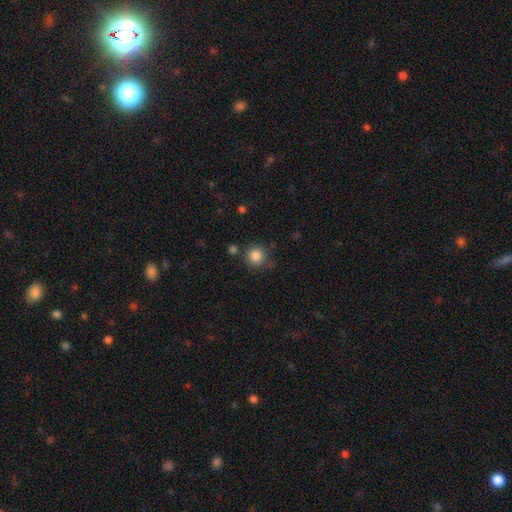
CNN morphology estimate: This is clearly a smooth galaxy (85%). How rounded: clearly round (93%). Merging: likely none (78%).